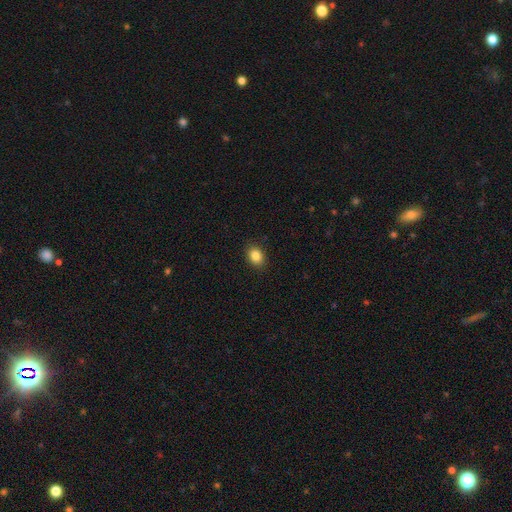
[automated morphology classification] smooth-or-featured: smooth: 85% | star or artifact: 10% | featured or disk: 5%
  how-rounded: in between: 61% | round: 38% | cigar-shaped: 1%
  merging: none: 89% | minor disturbance: 8% | major disturbance: 2% | merger: 1%